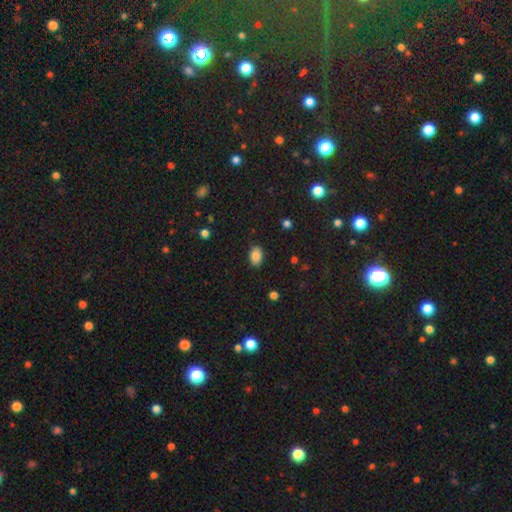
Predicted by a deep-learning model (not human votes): Overall: smooth (84%). How rounded: in between (83%). Merging: none (85%).